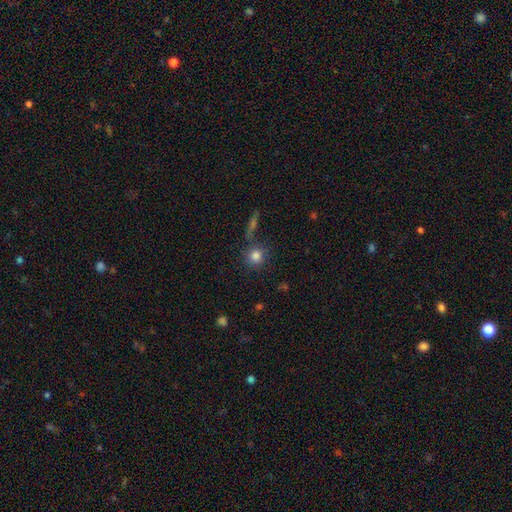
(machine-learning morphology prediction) Q: Smooth or featured?
A: smooth (82%); runner-up: star or artifact (11%)
Q: How rounded?
A: round (90%); runner-up: in between (9%)
Q: Merging?
A: none (75%); runner-up: minor disturbance (12%)